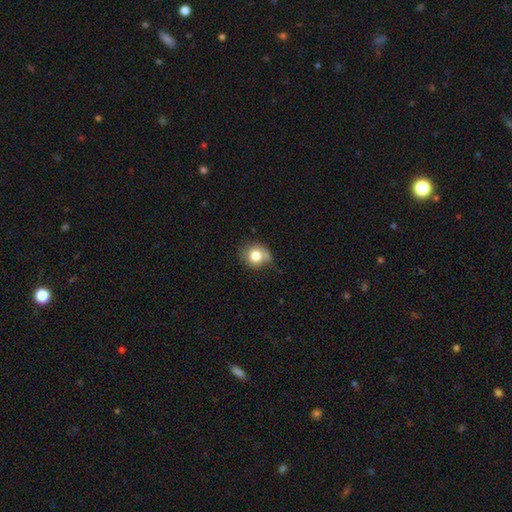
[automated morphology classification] This is likely a smooth galaxy (79%). How rounded: clearly round (80%). Merging: possibly none (58%).